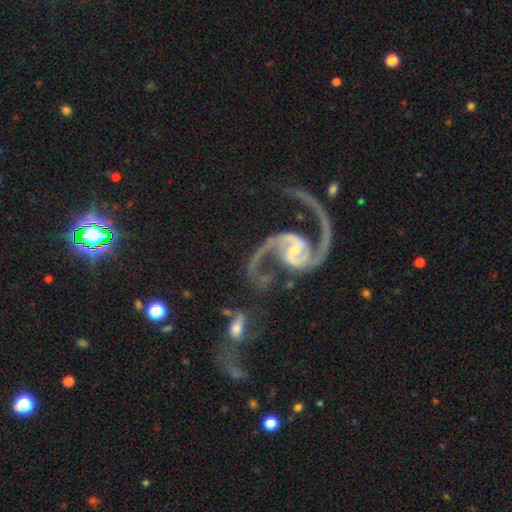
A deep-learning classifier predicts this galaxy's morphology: This is clearly a featured or disk galaxy (92%). It is clearly not viewed edge-on (98%). Bar: marginally weak (42%). Spiral arm pattern: clearly yes (98%). Spiral arm count: clearly 2 (93%). Spiral winding: possibly medium (55%). Central bulge: possibly small (54%). Merging: possibly none (49%).